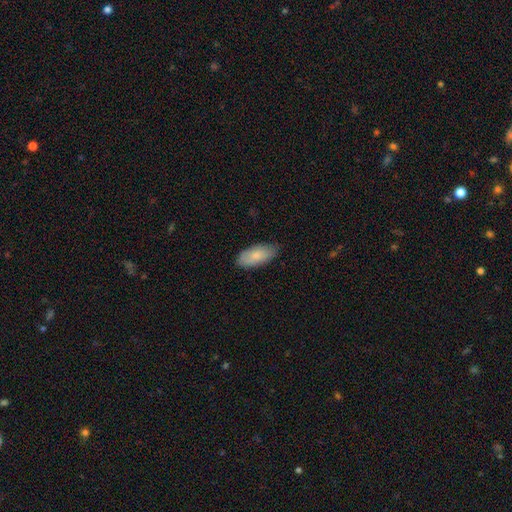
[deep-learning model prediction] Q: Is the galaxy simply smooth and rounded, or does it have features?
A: smooth — 81%.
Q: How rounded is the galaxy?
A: in between — 92%.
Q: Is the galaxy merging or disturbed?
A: none — 79%.